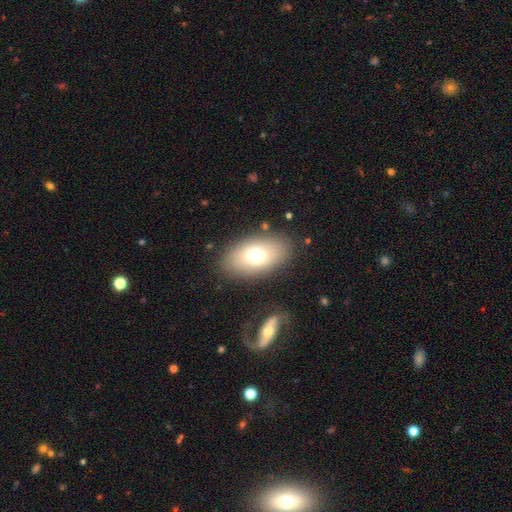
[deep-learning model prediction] Overall: smooth (71%). How rounded: in between (88%). Merging: none (83%).